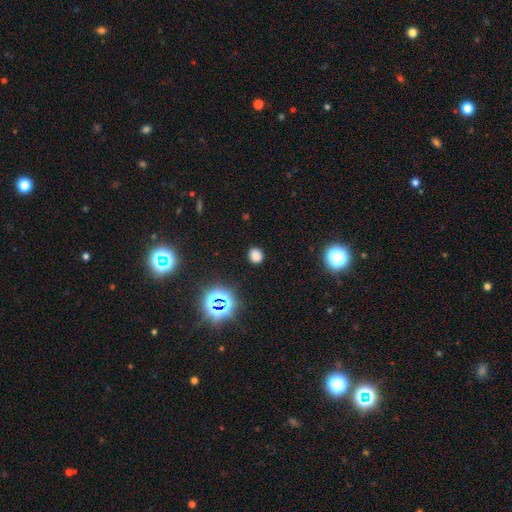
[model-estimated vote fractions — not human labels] Smooth or featured? smooth (73%)
How rounded? round (78%)
Merging? none (87%)